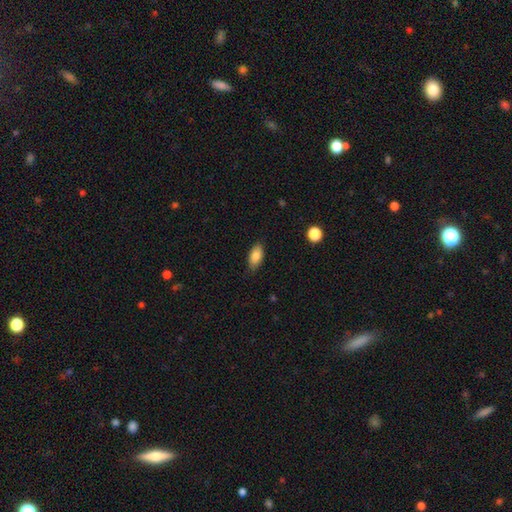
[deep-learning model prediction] Overall: smooth (84%). How rounded: in between (89%). Merging: none (84%).